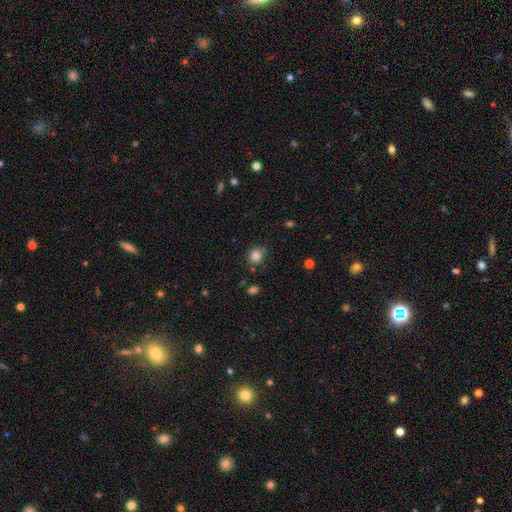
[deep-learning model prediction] smooth_or_featured: smooth (p=0.82) [alt: star or artifact p=0.12]
how_rounded: round (p=0.78) [alt: in between p=0.21]
merging: none (p=0.76) [alt: minor disturbance p=0.16]